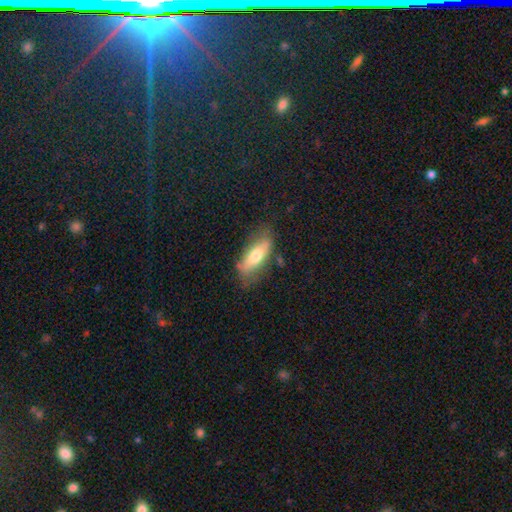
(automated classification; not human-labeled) This appears to be a smooth galaxy with no disk features (61%) that is in between round and cigar-shaped (60%). Merging: none (70%).